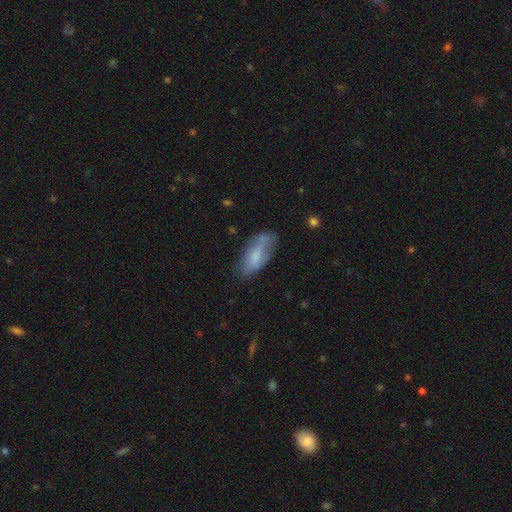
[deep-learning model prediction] A smooth galaxy with no disk features (64%) that is in between round and cigar-shaped (83%). Merging: none (56%).